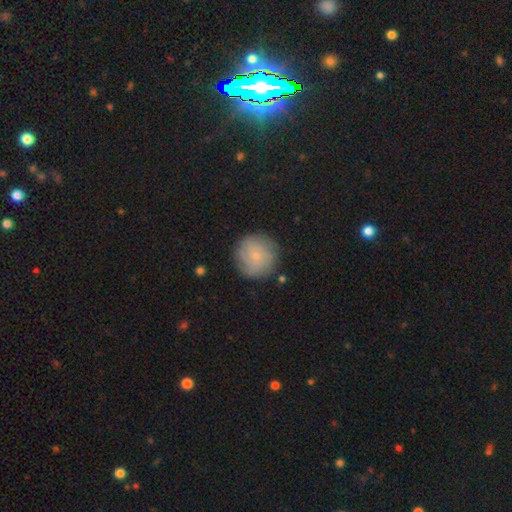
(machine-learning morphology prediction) A featured or disk galaxy (50%).

Vote fractions:
- Smooth or featured? featured or disk: 50% / smooth: 41% / star or artifact: 8%
- Edge-on disk? no: 97% / yes: 3%
- Merging? none: 81% / minor disturbance: 13% / major disturbance: 4% / merger: 2%